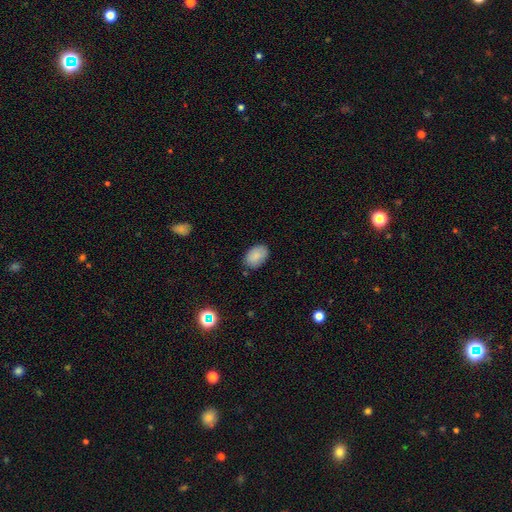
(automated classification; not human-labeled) Smooth or featured? smooth (87%)
How rounded? in between (85%)
Merging? none (82%)